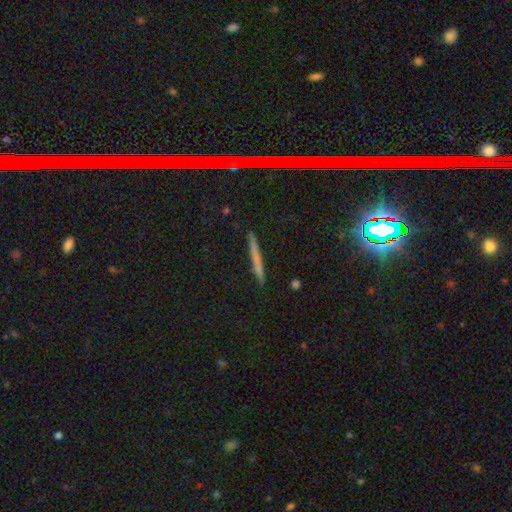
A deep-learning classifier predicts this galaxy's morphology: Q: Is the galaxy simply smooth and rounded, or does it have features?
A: smooth — 47%.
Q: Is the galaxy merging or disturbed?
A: none — 87%.